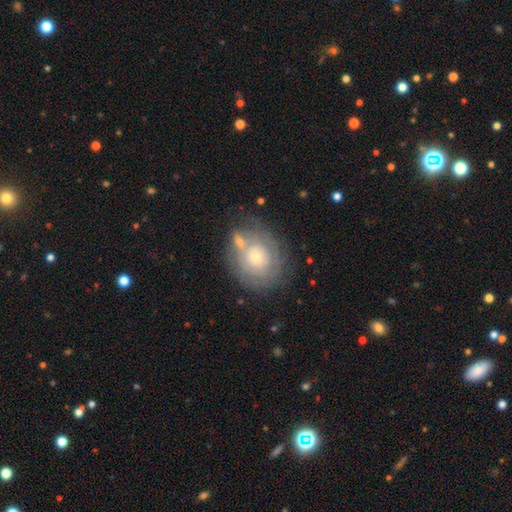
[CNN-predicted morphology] Overall: featured or disk (53%; smooth 35%). Edge-on disk: no (96%). Bar: no (82%). Spiral arms: yes (66%; no 34%). Bulge size: moderate (49%; small 43%). Merging: none (65%).